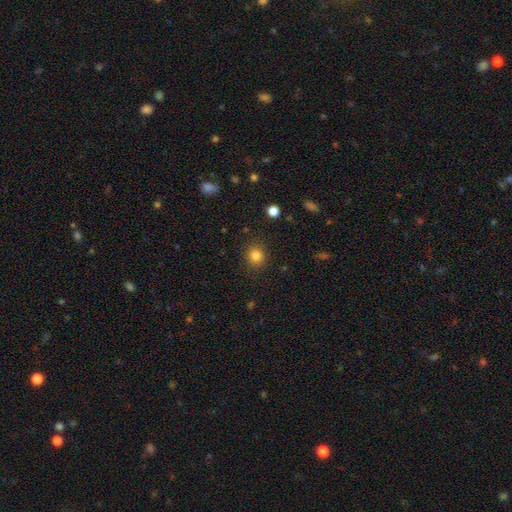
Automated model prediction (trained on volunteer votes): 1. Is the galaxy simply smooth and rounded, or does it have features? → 83% smooth, 12% star or artifact, 5% featured or disk.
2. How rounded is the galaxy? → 87% round, 13% in between, 1% cigar-shaped.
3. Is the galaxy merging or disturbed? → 89% none, 7% minor disturbance, 3% major disturbance, 1% merger.